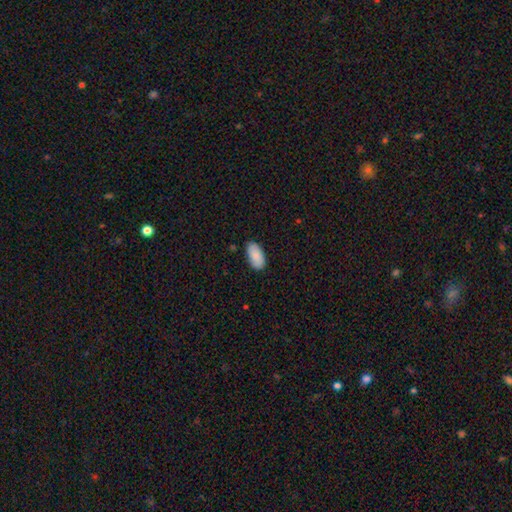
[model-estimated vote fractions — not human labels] Overall: smooth (88%). How rounded: in between (95%). Merging: none (83%).